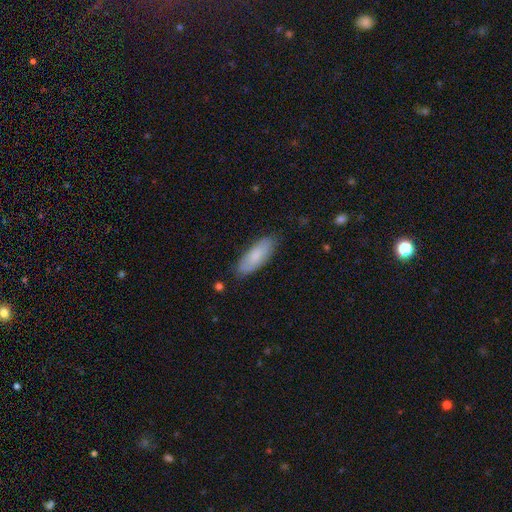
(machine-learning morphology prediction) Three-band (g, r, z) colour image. It shows a smooth galaxy with no disk features (80%) that is in between round and cigar-shaped (66%). Merging: none (83%).